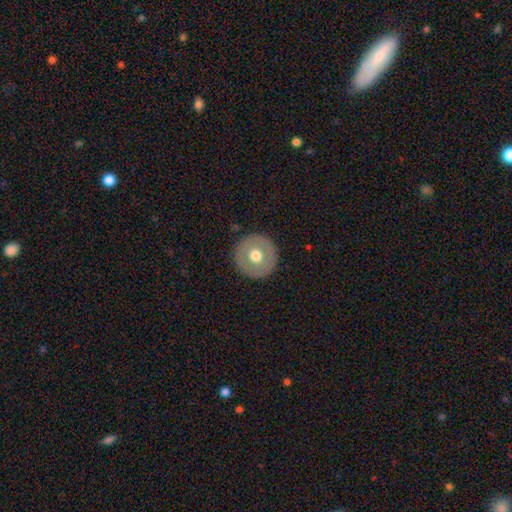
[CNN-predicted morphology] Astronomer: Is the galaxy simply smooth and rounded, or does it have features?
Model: smooth — 58% (runner-up: featured or disk, 36%).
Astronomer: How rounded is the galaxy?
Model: round — 96%.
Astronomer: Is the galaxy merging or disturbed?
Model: none — 91%.